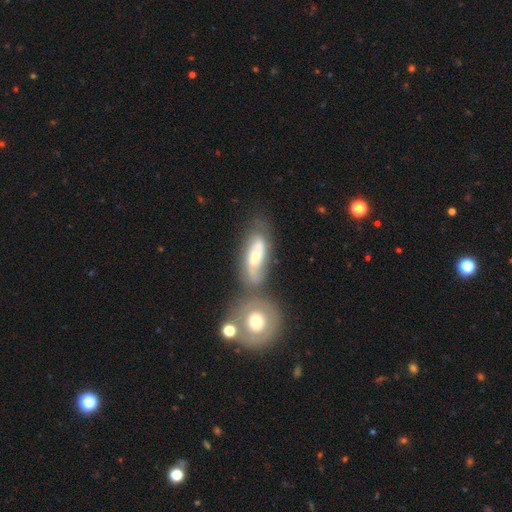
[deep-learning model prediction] Smooth or featured: featured or disk — 61% (smooth — 32%)
Edge-on disk: no — 87% (yes — 13%)
Bar: no — 61% (weak — 29%)
Spiral arms: yes — 81% (no — 19%)
Bulge size: moderate — 48% (small — 38%)
Merging: none — 40% (merger — 33%)